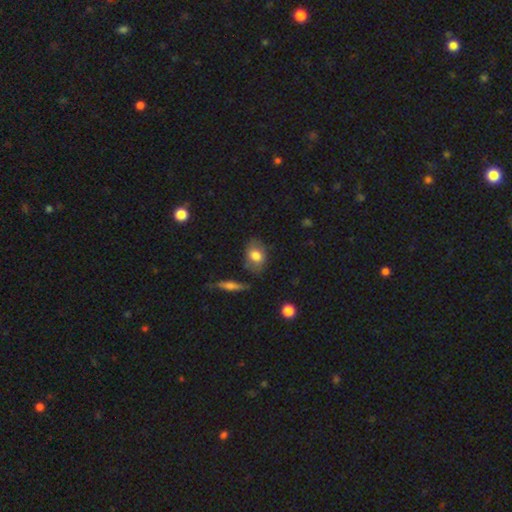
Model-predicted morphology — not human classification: smooth-or-featured: smooth: 74% | featured or disk: 18% | star or artifact: 8%
  how-rounded: in between: 73% | round: 25% | cigar-shaped: 2%
  merging: none: 69% | minor disturbance: 21% | major disturbance: 7% | merger: 4%